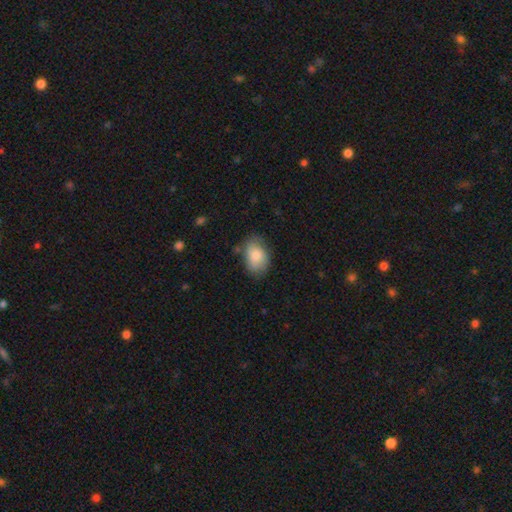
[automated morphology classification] Smooth or featured: smooth — 82% (featured or disk — 12%)
How rounded: in between — 84% (round — 15%)
Merging: none — 69% (minor disturbance — 23%)